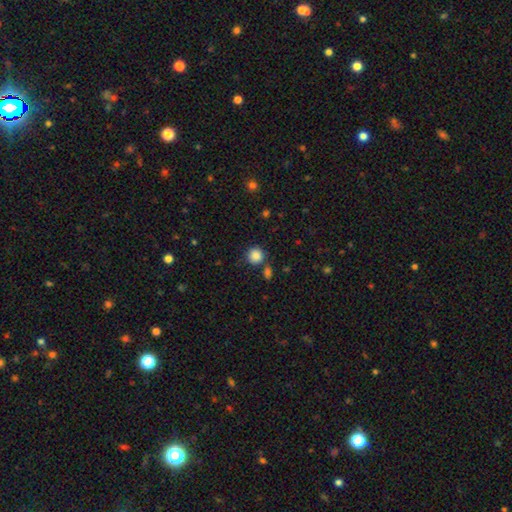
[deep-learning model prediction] Smooth or featured?
  - smooth: 86% *
  - star or artifact: 10%
  - featured or disk: 4%
How rounded?
  - round: 92% *
  - in between: 7%
  - cigar-shaped: 1%
Merging?
  - none: 77% *
  - merger: 10%
  - minor disturbance: 10%
  - major disturbance: 3%